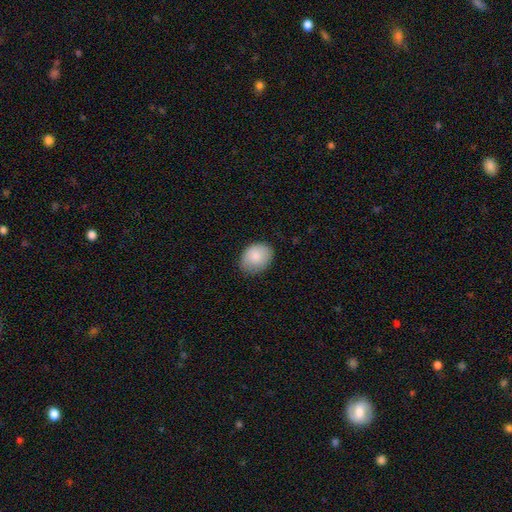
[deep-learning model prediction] smooth_or_featured: smooth (p=0.85) [alt: featured or disk p=0.08]
how_rounded: in between (p=0.65) [alt: round p=0.34]
merging: none (p=0.76) [alt: minor disturbance p=0.19]